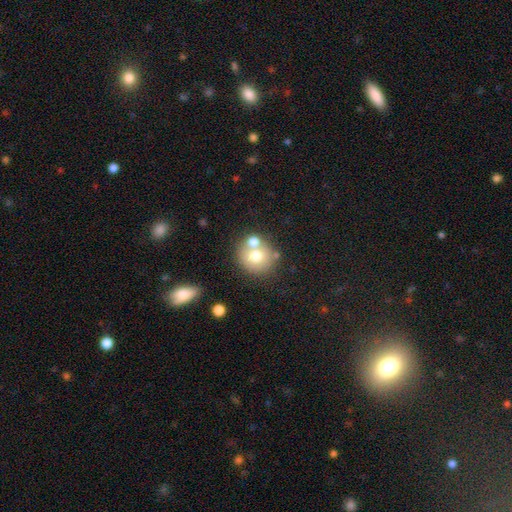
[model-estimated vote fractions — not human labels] This appears to be a smooth galaxy with no disk features (69%) that is round (86%). Merging: none (58%).